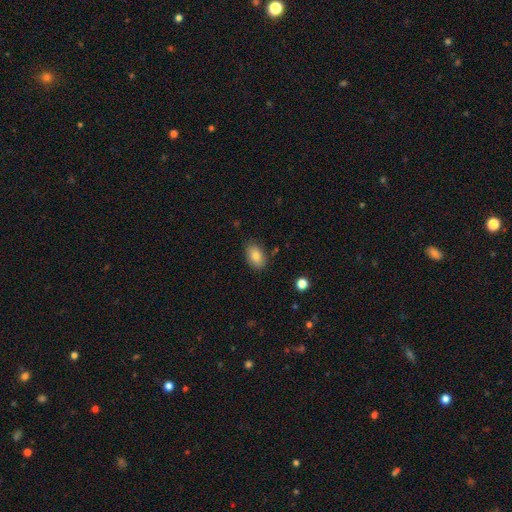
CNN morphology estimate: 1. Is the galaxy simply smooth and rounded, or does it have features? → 83% smooth, 10% featured or disk, 8% star or artifact.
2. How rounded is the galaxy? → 89% in between, 9% round, 1% cigar-shaped.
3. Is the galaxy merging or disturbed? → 82% none, 13% minor disturbance, 3% major disturbance, 2% merger.